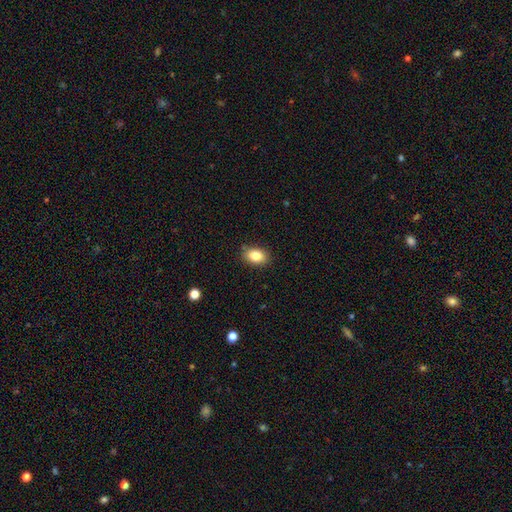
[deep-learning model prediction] Smooth or featured: smooth — 84% (star or artifact — 9%)
How rounded: in between — 82% (round — 17%)
Merging: none — 85% (minor disturbance — 11%)